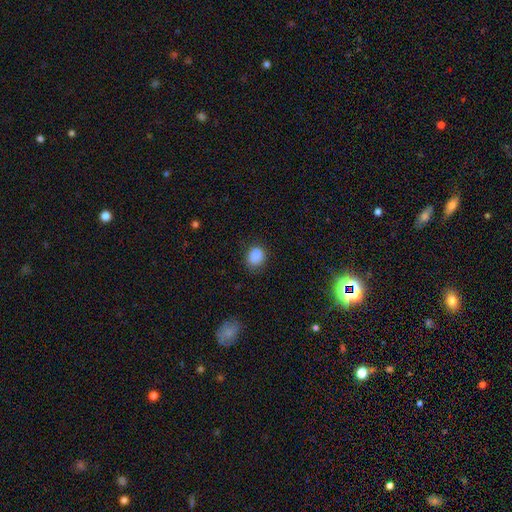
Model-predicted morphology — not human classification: Smooth or featured?
  - smooth: 85% *
  - star or artifact: 10%
  - featured or disk: 5%
How rounded?
  - round: 61% *
  - in between: 38%
  - cigar-shaped: 1%
Merging?
  - none: 76% *
  - minor disturbance: 17%
  - major disturbance: 4%
  - merger: 2%